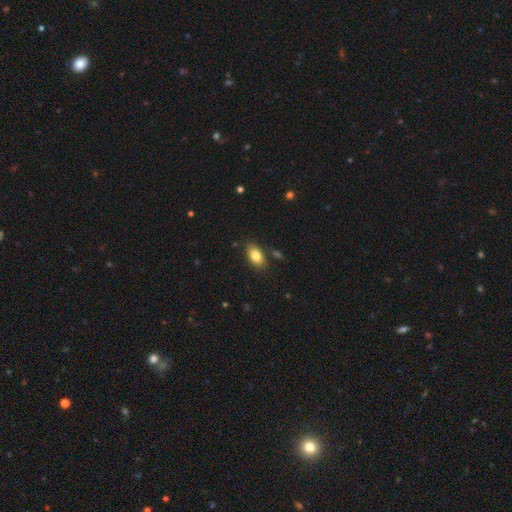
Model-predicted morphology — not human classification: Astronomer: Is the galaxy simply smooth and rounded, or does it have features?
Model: smooth — 81%.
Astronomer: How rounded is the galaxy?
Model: in between — 89%.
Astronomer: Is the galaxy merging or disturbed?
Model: none — 82%.